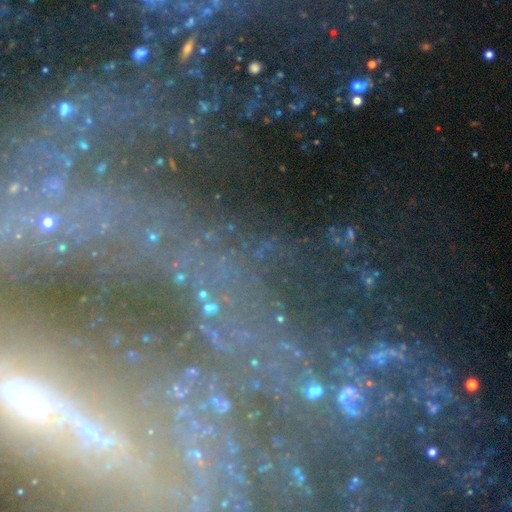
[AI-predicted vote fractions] Smooth or featured?
  - star or artifact: 58% *
  - featured or disk: 30%
  - smooth: 12%